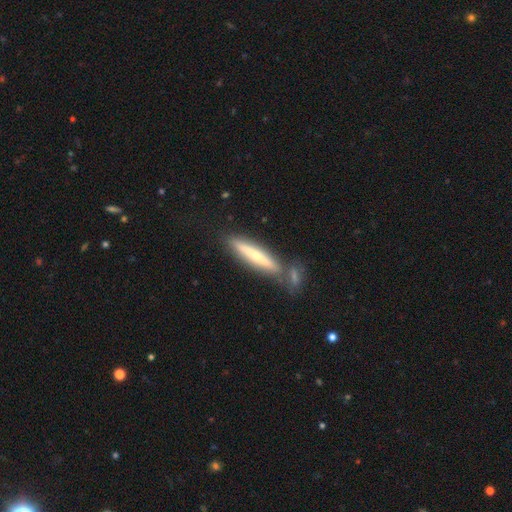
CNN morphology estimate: Smooth or featured? Predicted: featured or disk (p=0.49). Merging? Predicted: none (p=0.66).